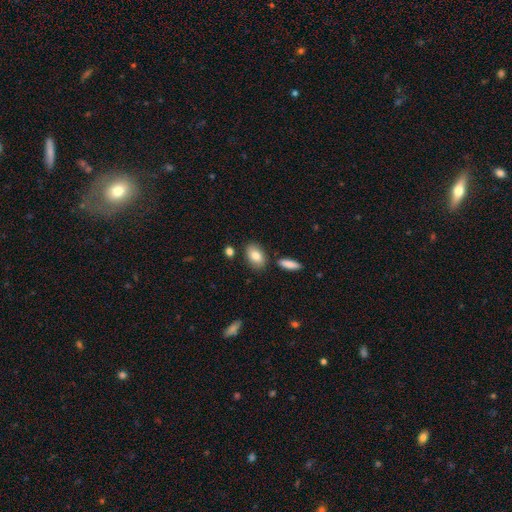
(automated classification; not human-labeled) A smooth galaxy with no disk features (80%) that is in between round and cigar-shaped (88%). Merging: none (81%).